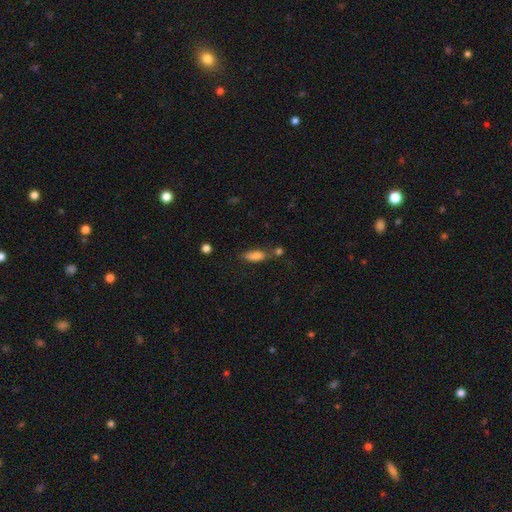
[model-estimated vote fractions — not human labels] Smooth or featured: smooth — 82% (featured or disk — 9%)
How rounded: in between — 70% (cigar-shaped — 27%)
Merging: none — 58% (merger — 18%)